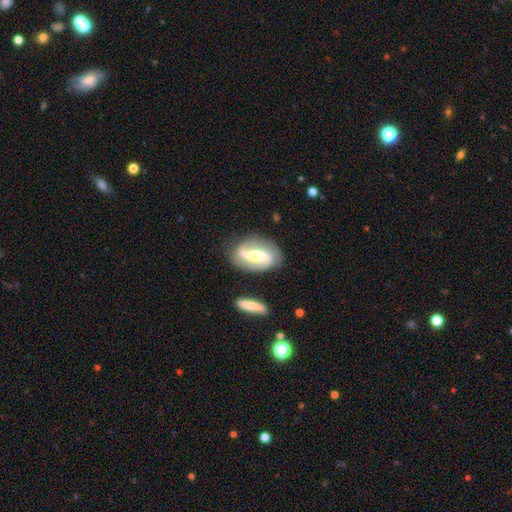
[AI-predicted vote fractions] The model was most divided on "spiral winding": medium: 44%, loose: 38%, tight: 18%. Remaining: edge-on disk — no (95%); spiral arms — yes (93%); spiral arm count — 2 (89%); smooth or featured — featured or disk (79%); merging — none (79%); bulge size — moderate (55%); bar — strong (45%).